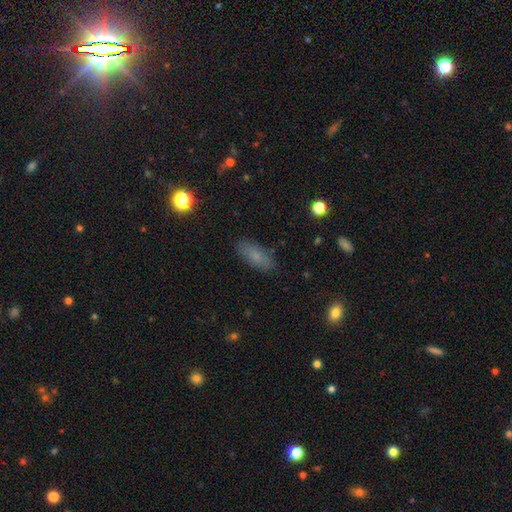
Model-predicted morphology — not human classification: A smooth galaxy with no disk features (75%) that is in between round and cigar-shaped (77%).

Vote fractions:
- Smooth or featured? smooth: 75% / featured or disk: 15% / star or artifact: 10%
- How rounded? in between: 77% / cigar-shaped: 20% / round: 3%
- Merging? none: 86% / minor disturbance: 10% / major disturbance: 2% / merger: 1%